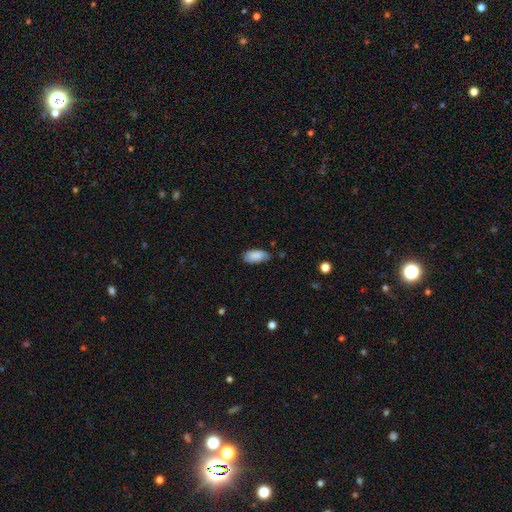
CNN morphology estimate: Overall: smooth (85%). How rounded: in between (91%). Merging: none (71%).